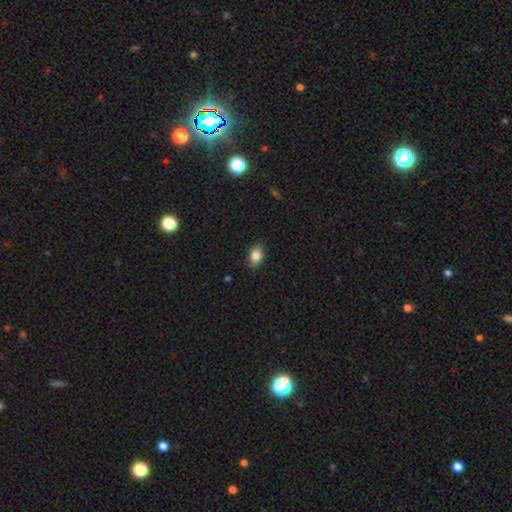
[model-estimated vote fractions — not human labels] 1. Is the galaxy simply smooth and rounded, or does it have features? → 85% smooth, 9% star or artifact, 6% featured or disk.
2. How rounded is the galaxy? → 83% in between, 15% round, 2% cigar-shaped.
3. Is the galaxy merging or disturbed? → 85% none, 11% minor disturbance, 2% major disturbance, 1% merger.